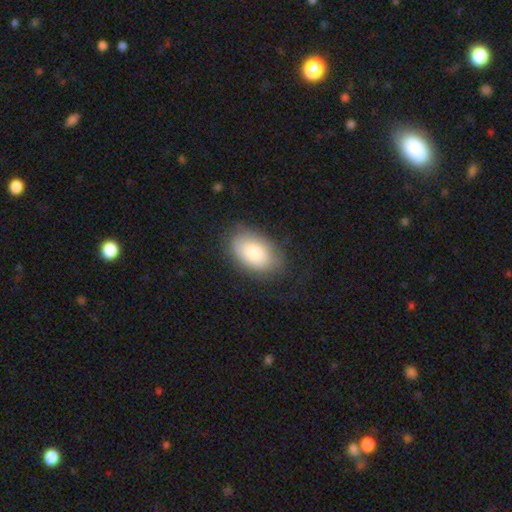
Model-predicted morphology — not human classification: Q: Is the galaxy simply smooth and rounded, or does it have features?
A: smooth — 80%.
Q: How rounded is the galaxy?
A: in between — 90%.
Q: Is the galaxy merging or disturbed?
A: none — 73%.